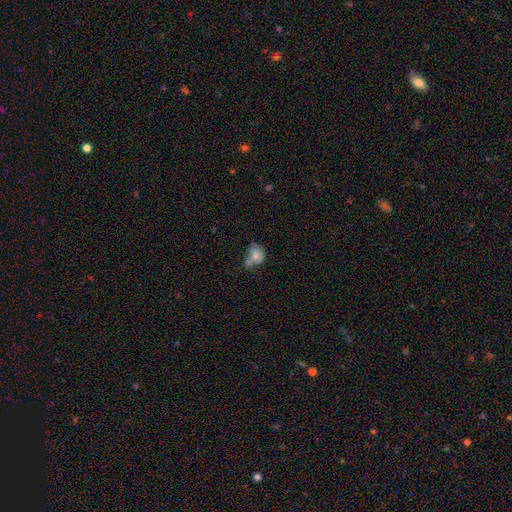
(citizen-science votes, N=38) This appears to be a smooth galaxy with no disk features (68%) that is in between round and cigar-shaped (58%). Merging: none (35%, tied with minor disturbance).